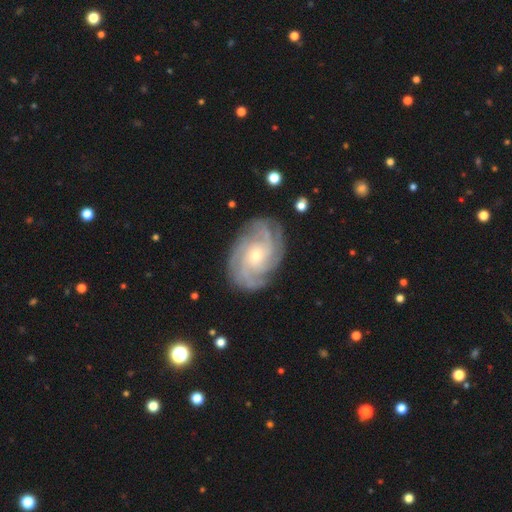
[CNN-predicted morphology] This appears to be a featured or disk galaxy (87%) with no bar (74%), 4 (29%) tight (67%) spiral arms (97%) and a small central bulge (57%). Merging: none (81%).